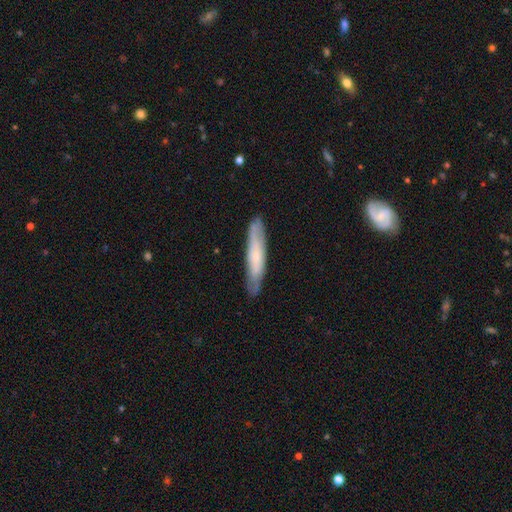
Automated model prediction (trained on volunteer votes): Smooth or featured: smooth — 52% (featured or disk — 42%)
How rounded: cigar-shaped — 87% (in between — 12%)
Merging: none — 81% (minor disturbance — 14%)